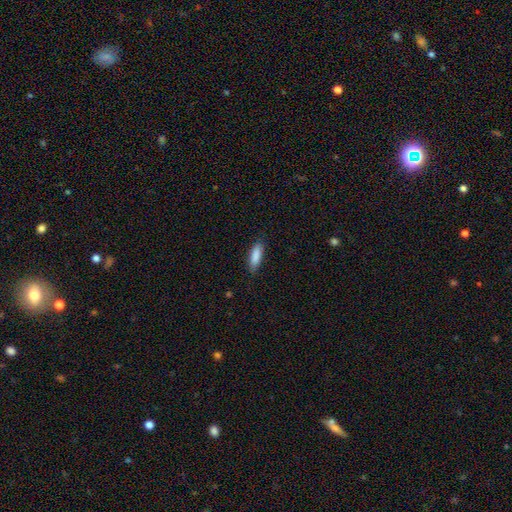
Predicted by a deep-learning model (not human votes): smooth 88%, featured or disk 6%, star or artifact 6%. Down the decision tree: how rounded — in between (54%); merging — none (84%).